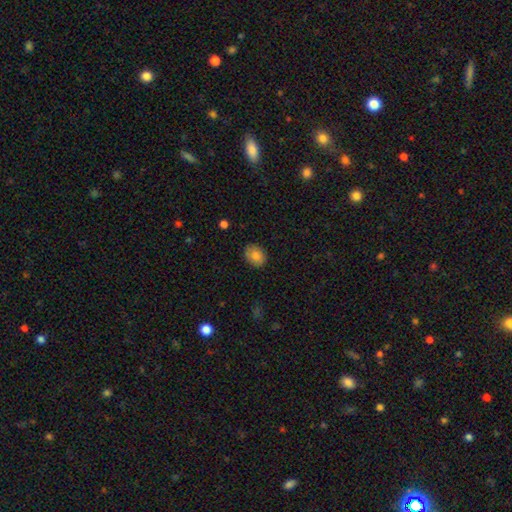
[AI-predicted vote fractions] Overall: smooth (82%). How rounded: in between (58%; round 41%). Merging: none (85%).